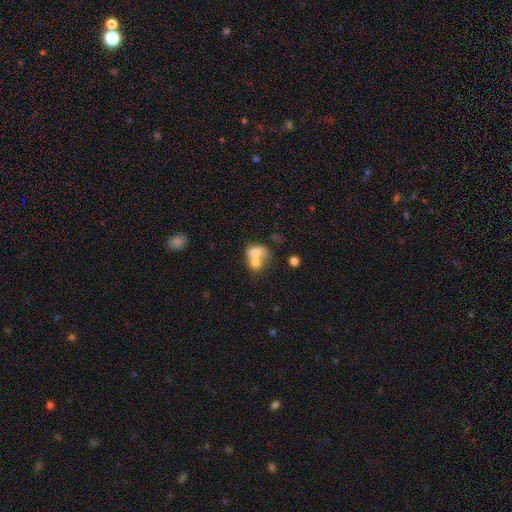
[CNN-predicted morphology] This appears to be a smooth galaxy with no disk features (70%) that is in between round and cigar-shaped (63%). Merging: merger (72%).